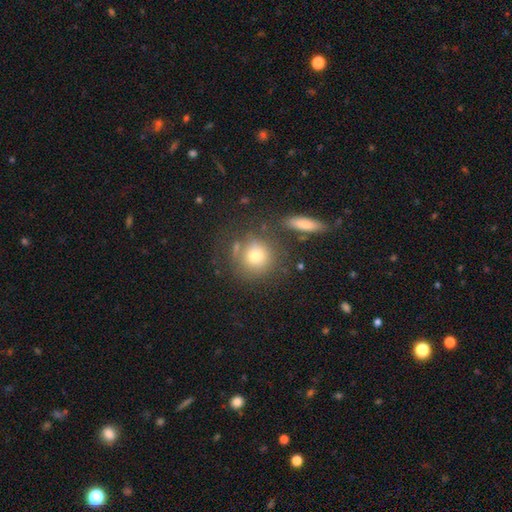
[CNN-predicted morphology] smooth_or_featured: smooth (p=0.72) [alt: featured or disk p=0.16]
how_rounded: round (p=0.90) [alt: in between p=0.09]
merging: none (p=0.68) [alt: minor disturbance p=0.13]